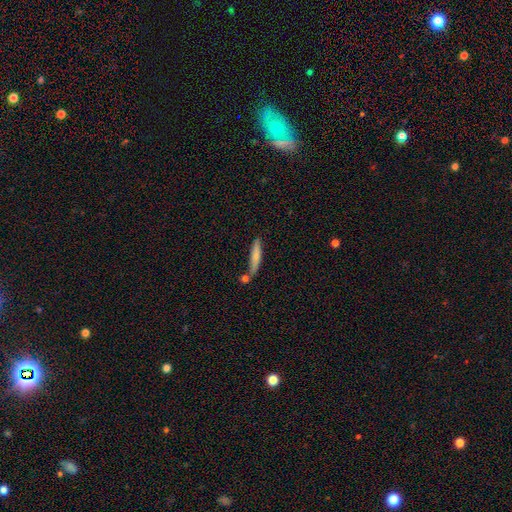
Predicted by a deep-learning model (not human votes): Smooth or featured? Predicted: smooth (p=0.74). How rounded? Predicted: cigar-shaped (p=0.85). Merging? Predicted: none (p=0.63).